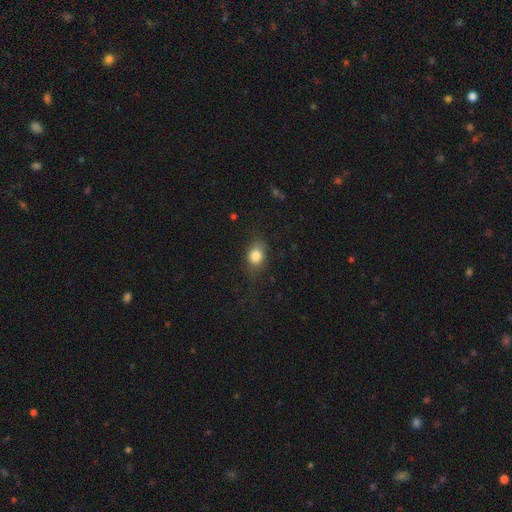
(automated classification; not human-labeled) A smooth galaxy with no disk features (82%) that is in between round and cigar-shaped (56%). Merging: none (74%).